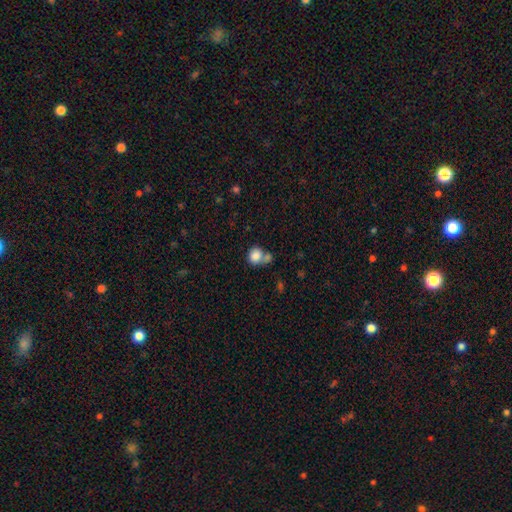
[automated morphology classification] A smooth galaxy with no disk features (83%) that is round (73%). Merging: merger (42%).